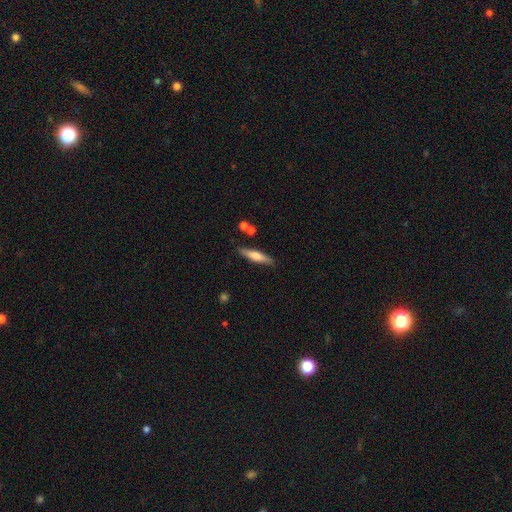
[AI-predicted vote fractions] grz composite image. It shows a smooth galaxy with no disk features (54%) that is cigar-shaped (82%). Merging: none (84%).